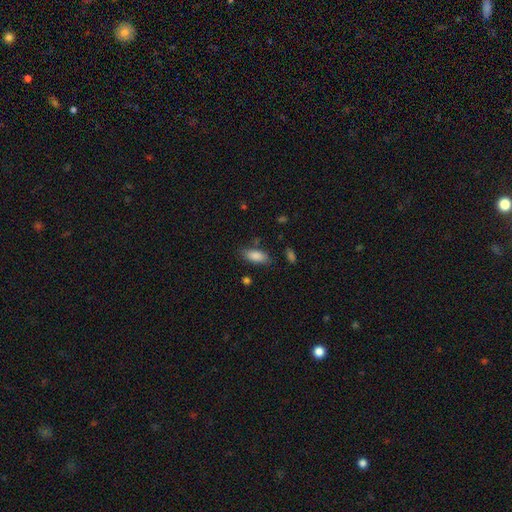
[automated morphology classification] This appears to be a smooth galaxy with no disk features (86%) that is in between round and cigar-shaped (84%). Merging: none (79%).